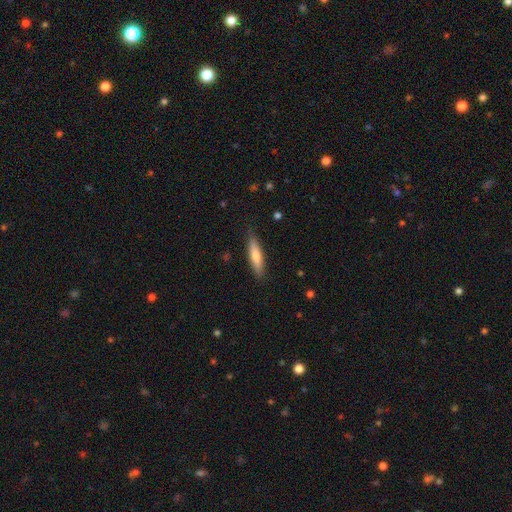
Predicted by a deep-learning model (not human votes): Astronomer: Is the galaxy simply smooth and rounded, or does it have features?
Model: smooth — 65%.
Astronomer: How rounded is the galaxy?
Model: cigar-shaped — 82%.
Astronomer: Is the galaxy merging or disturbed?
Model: none — 87%.